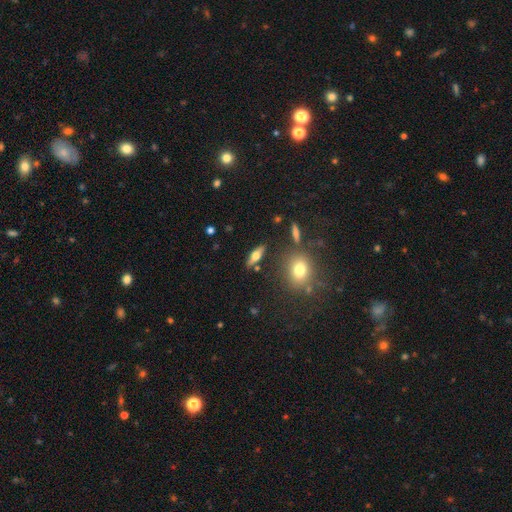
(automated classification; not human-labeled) Smooth or featured? smooth (46%)
Merging? none (82%)